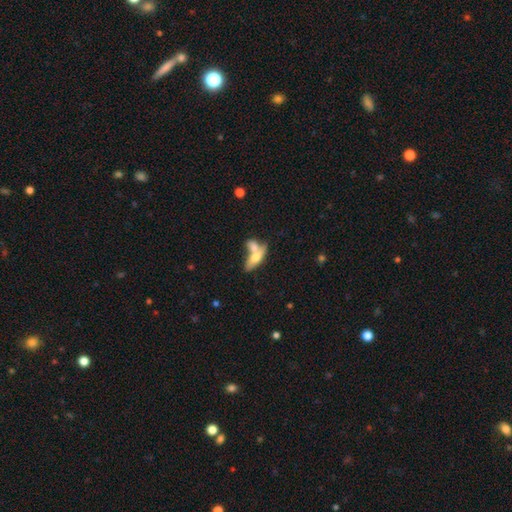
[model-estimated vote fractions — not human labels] smooth_or_featured: smooth (p=0.59) [alt: featured or disk p=0.34]
how_rounded: in between (p=0.62) [alt: cigar-shaped p=0.34]
merging: merger (p=0.58) [alt: none p=0.27]